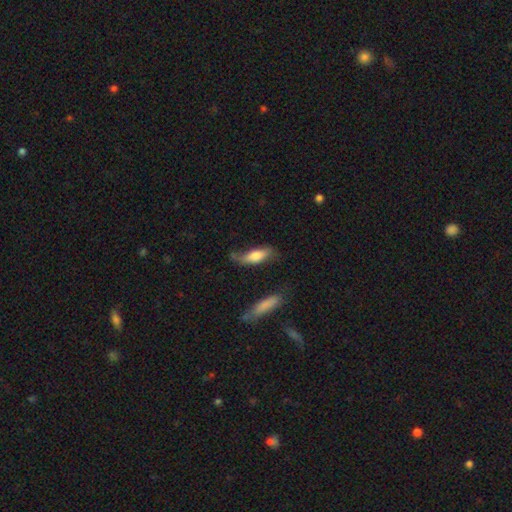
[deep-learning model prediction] A smooth galaxy with no disk features (73%) that is in between round and cigar-shaped (58%). Merging: none (48%).